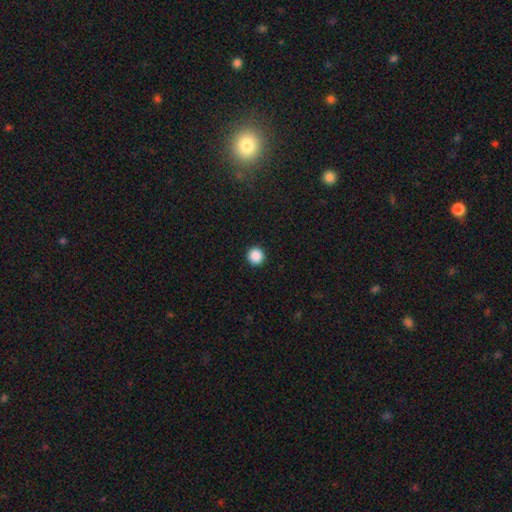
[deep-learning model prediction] Morphology: type=smooth (88%); roundness=round (96%); merging=none (94%).